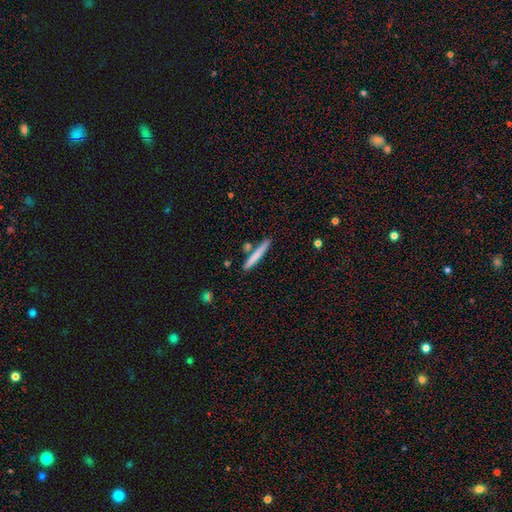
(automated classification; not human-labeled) smooth 72%, featured or disk 22%, star or artifact 6%. Down the decision tree: how rounded — cigar-shaped (95%); merging — none (83%).